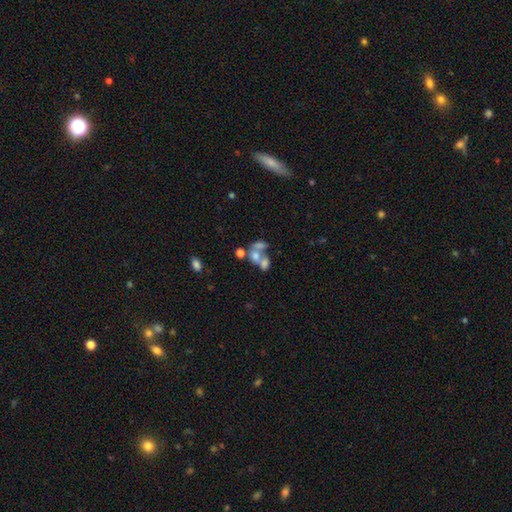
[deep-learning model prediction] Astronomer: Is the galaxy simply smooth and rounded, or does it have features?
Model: smooth — 55% (runner-up: featured or disk, 31%).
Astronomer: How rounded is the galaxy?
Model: in between — 61% (runner-up: round, 37%).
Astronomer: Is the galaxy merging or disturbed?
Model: merger — 64%.